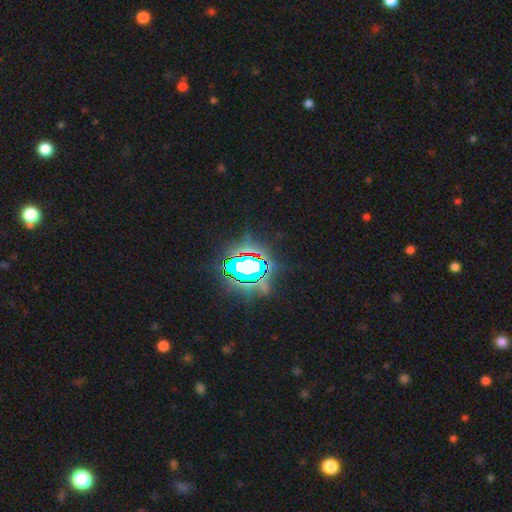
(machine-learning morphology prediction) A star or artifact, not a galaxy (74%).

Vote fractions:
- Smooth or featured? star or artifact: 74% / featured or disk: 13% / smooth: 13%